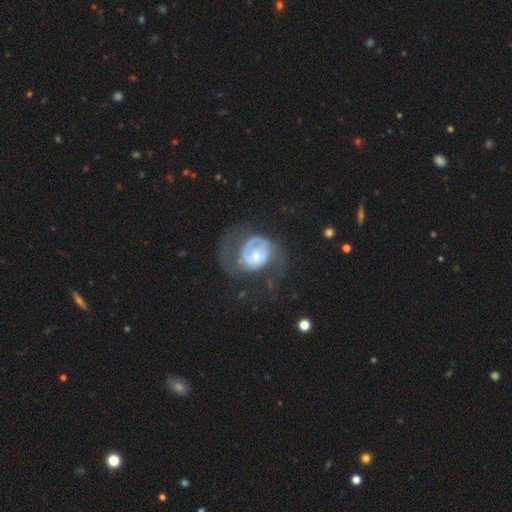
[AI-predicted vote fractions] A featured or disk galaxy (73%) with no bar (58%), 2 (47%) medium (41%) spiral arms (82%) and a moderate central bulge (47%).

Vote fractions:
- Smooth or featured? featured or disk: 73% / smooth: 21% / star or artifact: 6%
- Edge-on disk? no: 98% / yes: 2%
- Bar? no: 58% / weak: 34% / strong: 7%
- Spiral arms? yes: 82% / no: 18%
- Spiral winding? medium: 41% / tight: 36% / loose: 24%
- Spiral arm count? 2: 47% / 1: 25% / can't tell: 19% / 3: 5% / 4: 2% / more than 4: 2%
- Bulge size? moderate: 47% / small: 36% / large: 10% / none: 5% / dominant: 2%
- Merging? major disturbance: 40% / none: 38% / minor disturbance: 20% / merger: 2%